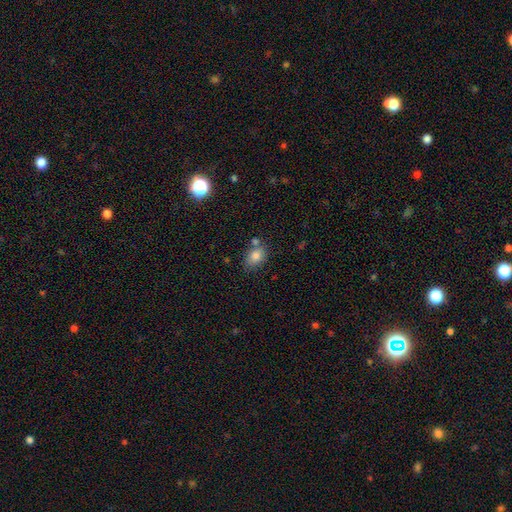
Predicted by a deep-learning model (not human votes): Q: Smooth or featured?
A: smooth (81%); runner-up: featured or disk (9%)
Q: How rounded?
A: in between (74%); runner-up: round (24%)
Q: Merging?
A: none (63%); runner-up: minor disturbance (17%)